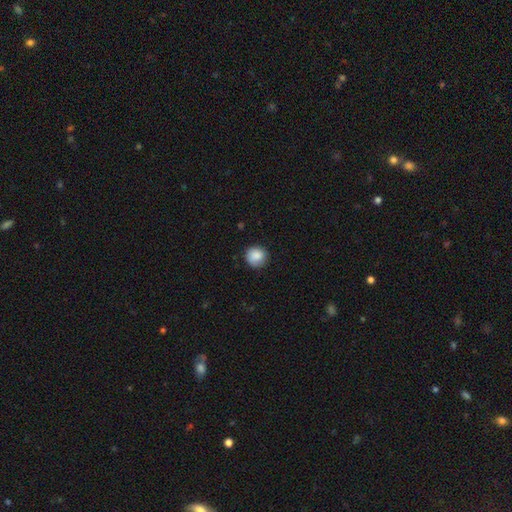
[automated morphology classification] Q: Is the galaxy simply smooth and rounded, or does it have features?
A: smooth — 88%.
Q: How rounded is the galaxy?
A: round — 92%.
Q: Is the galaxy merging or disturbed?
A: none — 85%.